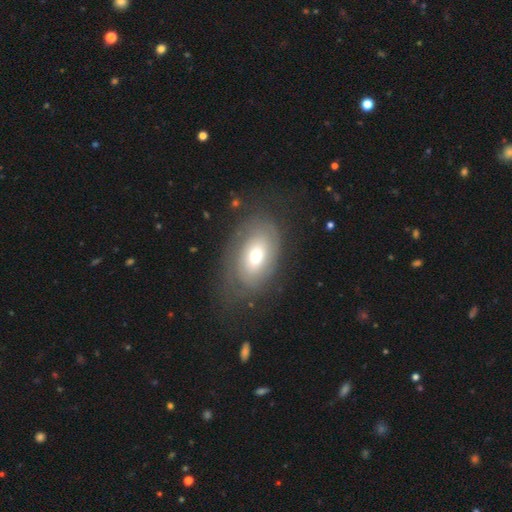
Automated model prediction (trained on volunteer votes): A featured or disk galaxy (46%, tied with smooth).

Vote fractions:
- Smooth or featured? featured or disk: 46% (tied) / smooth: 46% (tied) / star or artifact: 8%
- Merging? none: 67% / minor disturbance: 19% / major disturbance: 13% / merger: 2%